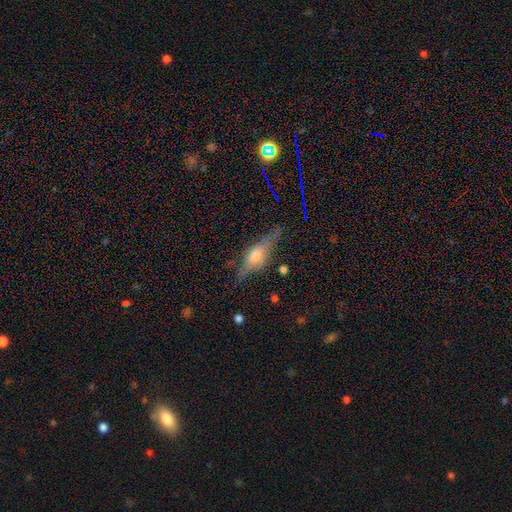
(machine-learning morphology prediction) type=featured or disk (62%); edge-on=yes (91%); edge-on bulge=rounded (87%); merging=none (76%).